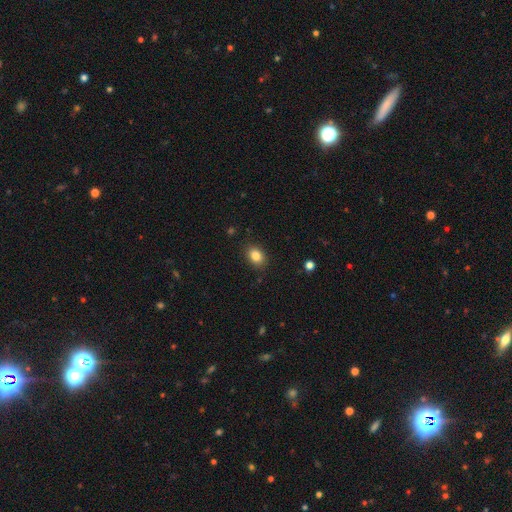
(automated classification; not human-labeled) The model was most divided on "how rounded": in between: 68%, round: 31%, cigar-shaped: 1%. More confident: merging — none (87%); smooth or featured — smooth (85%).